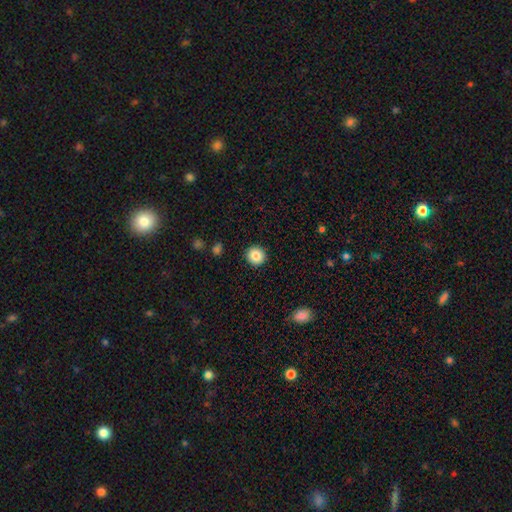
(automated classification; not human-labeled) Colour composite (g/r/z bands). It shows a smooth galaxy with no disk features (85%) that is round (92%). Merging: none (92%).